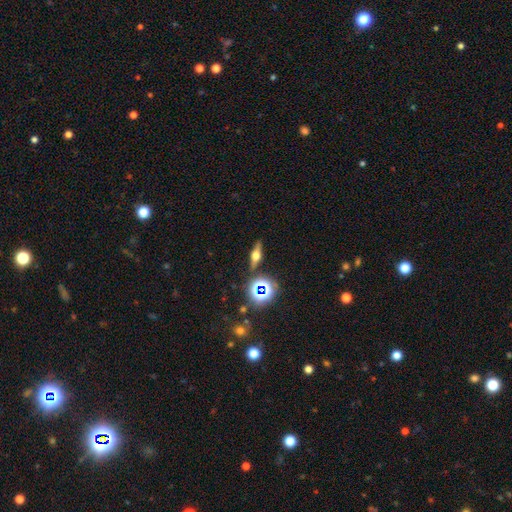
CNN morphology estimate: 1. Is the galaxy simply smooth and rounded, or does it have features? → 54% featured or disk, 29% smooth, 17% star or artifact.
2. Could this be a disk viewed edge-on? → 91% yes, 9% no.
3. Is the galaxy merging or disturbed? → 85% none, 9% minor disturbance, 3% merger, 3% major disturbance.